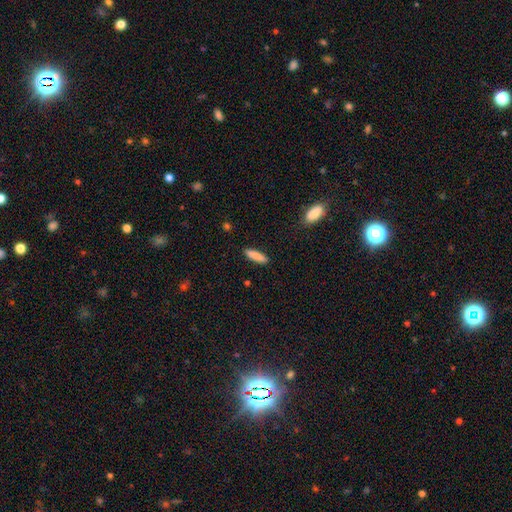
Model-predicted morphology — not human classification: Smooth or featured? Predicted: smooth (p=0.87). How rounded? Predicted: cigar-shaped (p=0.73). Merging? Predicted: none (p=0.89).